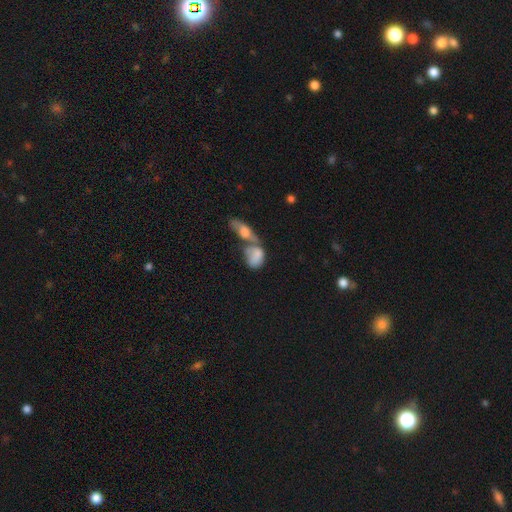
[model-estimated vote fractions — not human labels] Smooth or featured? Predicted: smooth (p=0.73). How rounded? Predicted: in between (p=0.76). Merging? Predicted: merger (p=0.61).